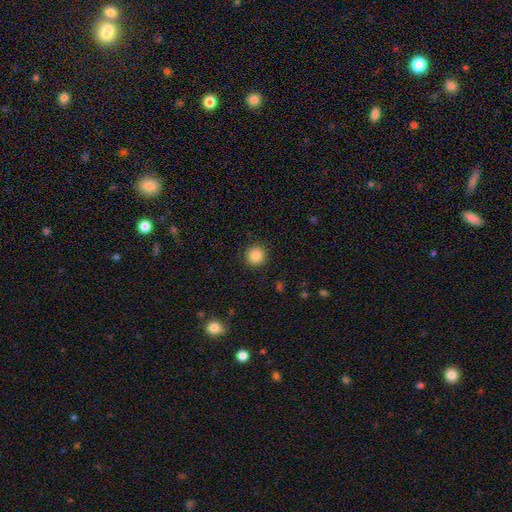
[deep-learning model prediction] Overall: smooth (87%). How rounded: round (95%). Merging: none (91%).